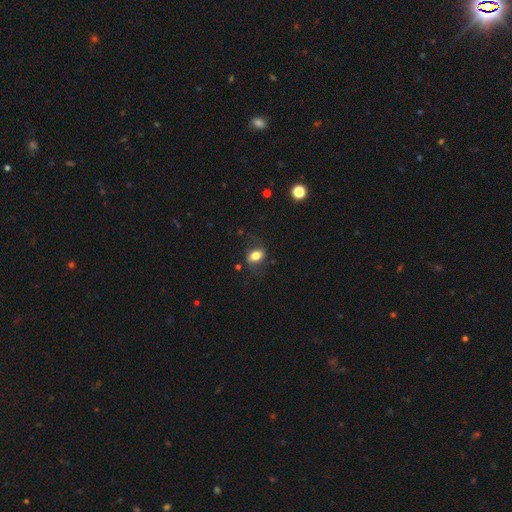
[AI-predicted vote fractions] smooth_or_featured: smooth (p=0.75) [alt: featured or disk p=0.16]
how_rounded: in between (p=0.81) [alt: round p=0.16]
merging: none (p=0.67) [alt: minor disturbance p=0.20]